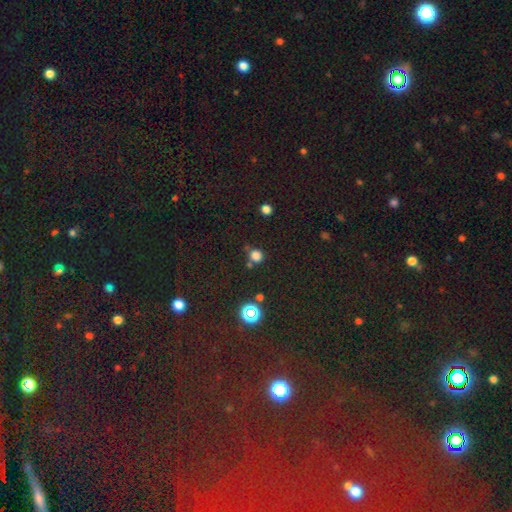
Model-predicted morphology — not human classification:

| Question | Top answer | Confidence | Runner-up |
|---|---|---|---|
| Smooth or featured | smooth | 74% | star or artifact (21%) |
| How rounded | round | 88% | in between (11%) |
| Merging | none | 71% | minor disturbance (12%) |